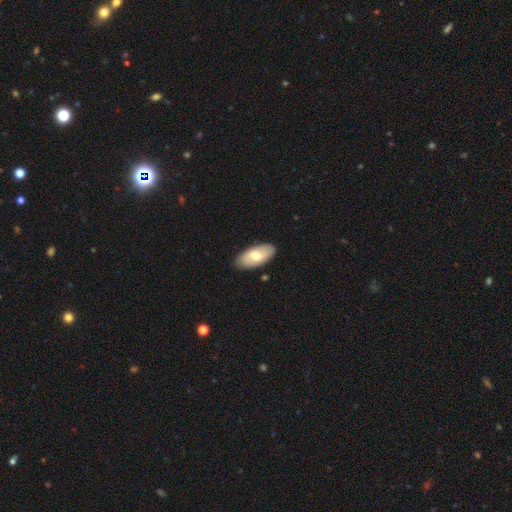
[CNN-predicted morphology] smooth-or-featured: smooth: 64% | featured or disk: 31% | star or artifact: 5%
  how-rounded: in between: 93% | cigar-shaped: 5% | round: 2%
  merging: none: 87% | minor disturbance: 10% | major disturbance: 2% | merger: 1%